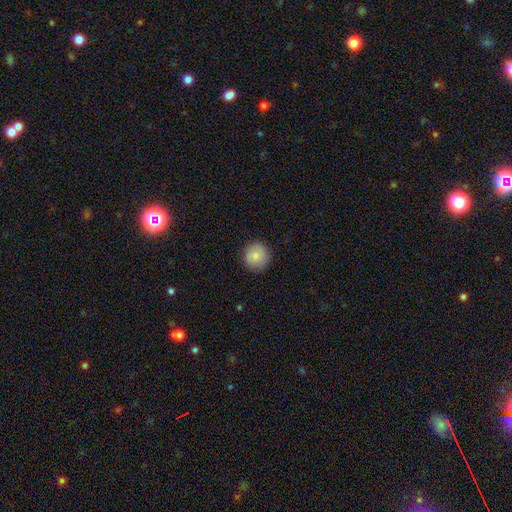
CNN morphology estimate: A smooth galaxy with no disk features (83%) that is round (94%).

Vote fractions:
- Smooth or featured? smooth: 83% / featured or disk: 9% / star or artifact: 8%
- How rounded? round: 94% / in between: 5% / cigar-shaped: 1%
- Merging? none: 88% / minor disturbance: 9% / major disturbance: 2% / merger: 1%